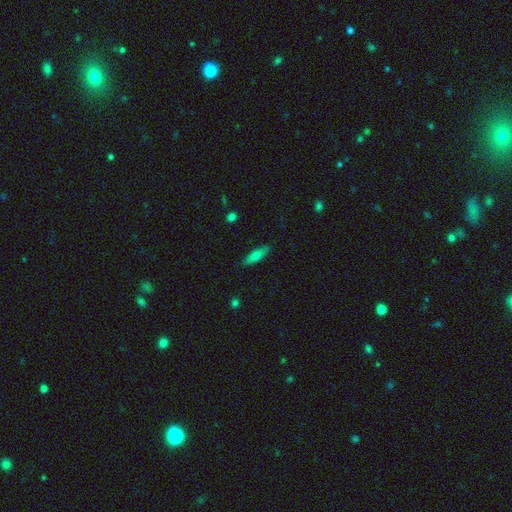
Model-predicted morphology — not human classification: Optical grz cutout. It shows a smooth galaxy with no disk features (68%) that is cigar-shaped (54%). Merging: none (86%).